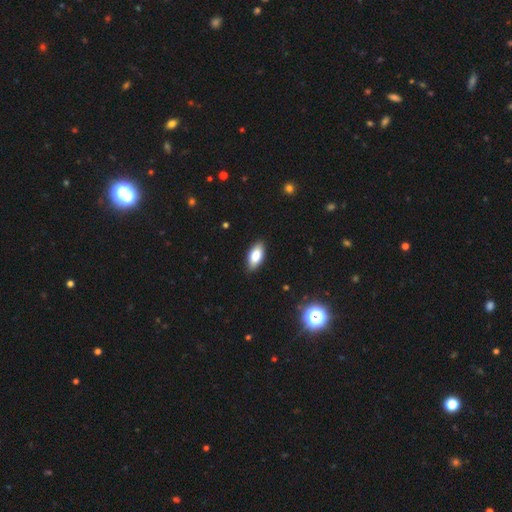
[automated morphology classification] The model was most divided on "smooth or featured": smooth: 81%, featured or disk: 12%, star or artifact: 7%. More confident: how rounded — in between (91%); merging — none (88%).